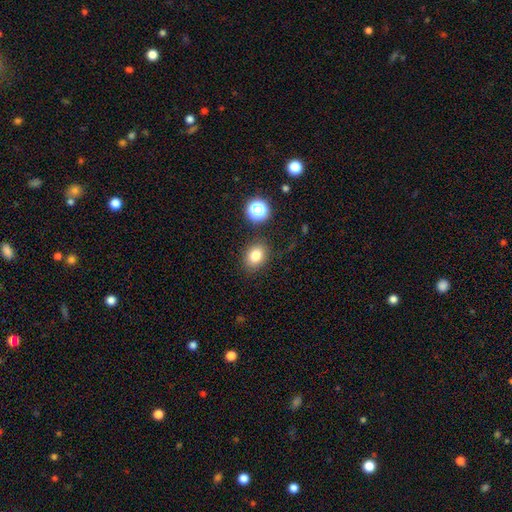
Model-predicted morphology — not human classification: The model was most divided on "how rounded": in between: 56%, round: 43%, cigar-shaped: 1%. More confident: merging — none (82%); smooth or featured — smooth (81%).